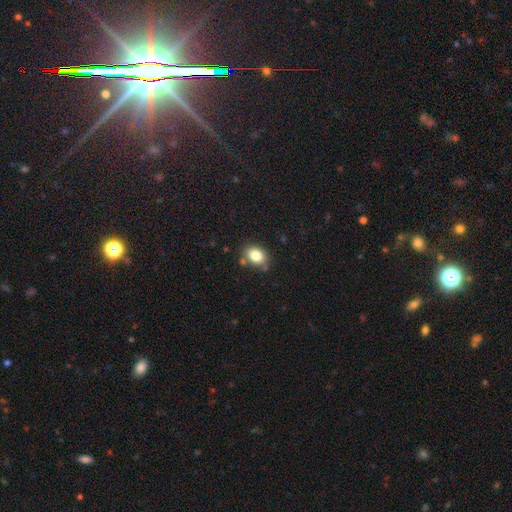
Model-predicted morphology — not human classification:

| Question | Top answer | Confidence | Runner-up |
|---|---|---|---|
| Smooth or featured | smooth | 83% | star or artifact (9%) |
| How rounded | in between | 67% | round (32%) |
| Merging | none | 78% | minor disturbance (14%) |